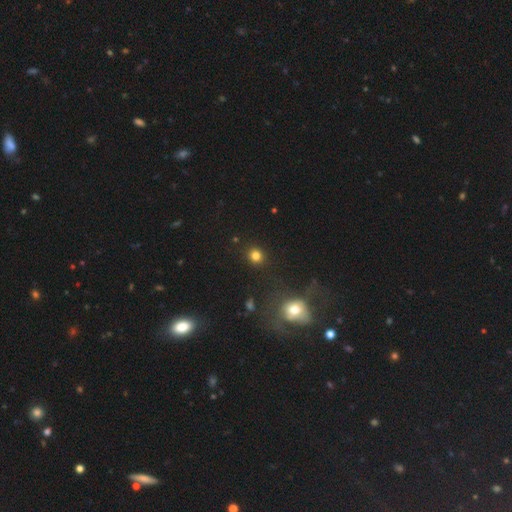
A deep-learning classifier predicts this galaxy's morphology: This appears to be a smooth galaxy with no disk features (80%) that is round (87%). Merging: none (89%).